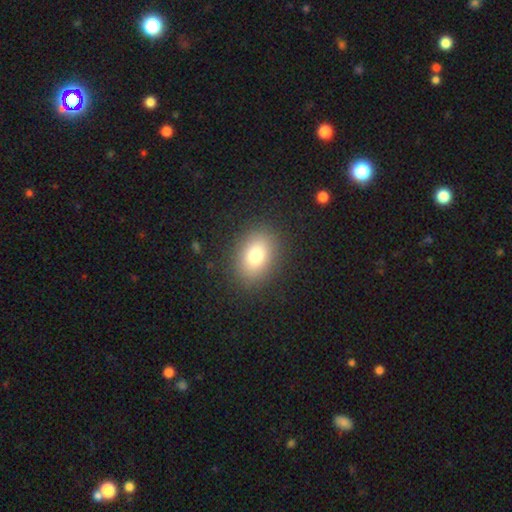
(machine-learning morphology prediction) smooth-or-featured: smooth: 78% | star or artifact: 12% | featured or disk: 11%
  how-rounded: in between: 64% | round: 35% | cigar-shaped: 1%
  merging: none: 87% | minor disturbance: 8% | major disturbance: 4% | merger: 1%